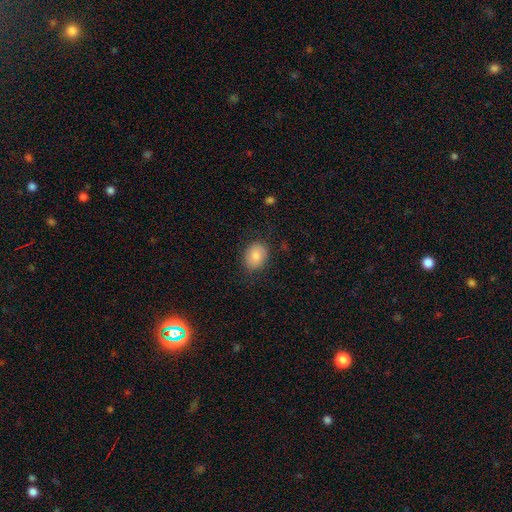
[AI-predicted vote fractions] Smooth or featured: smooth — 83% (featured or disk — 9%)
How rounded: in between — 56% (round — 43%)
Merging: none — 82% (minor disturbance — 13%)